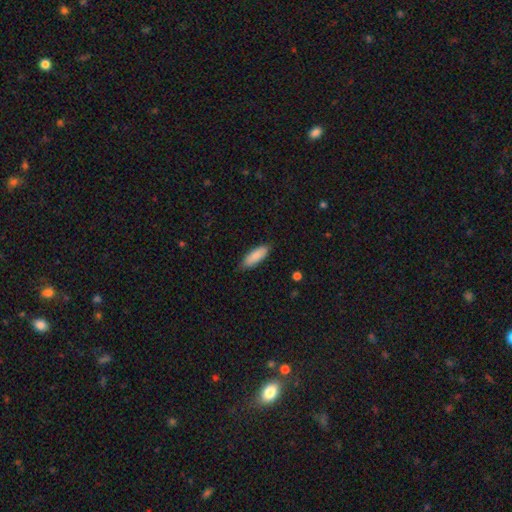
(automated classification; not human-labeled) Q: Smooth or featured?
A: smooth (87%); runner-up: featured or disk (7%)
Q: How rounded?
A: in between (64%); runner-up: cigar-shaped (35%)
Q: Merging?
A: none (84%); runner-up: minor disturbance (13%)